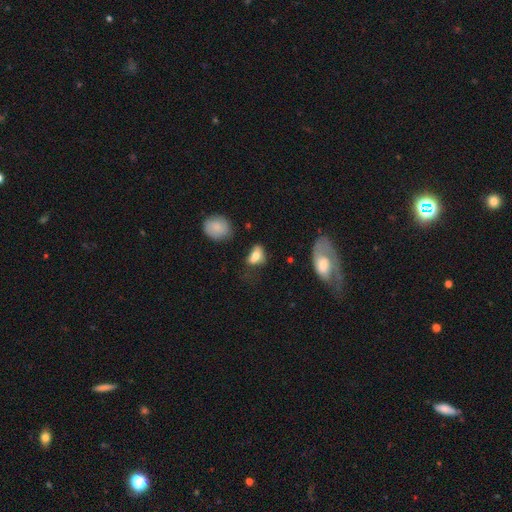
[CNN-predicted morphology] Overall: smooth (73%). How rounded: in between (79%). Merging: none (38%; minor disturbance 28%).